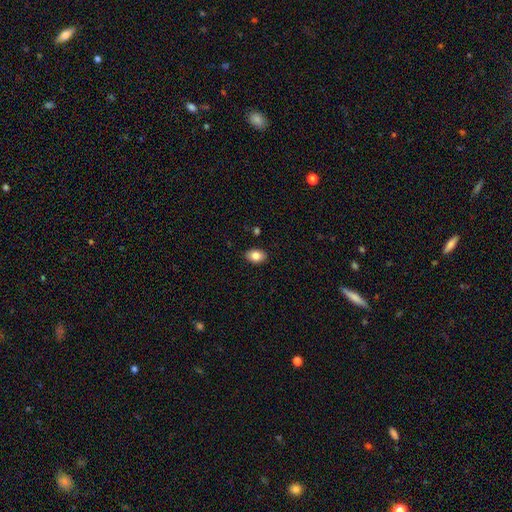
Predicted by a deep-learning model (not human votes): smooth_or_featured: smooth (p=0.84) [alt: featured or disk p=0.08]
how_rounded: in between (p=0.85) [alt: round p=0.14]
merging: none (p=0.89) [alt: minor disturbance p=0.08]